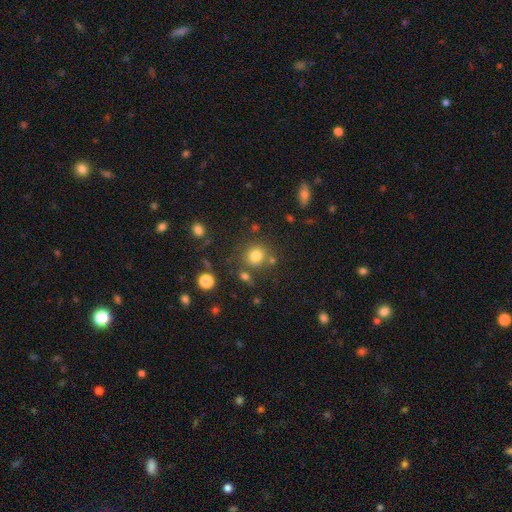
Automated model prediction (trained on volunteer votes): smooth-or-featured: smooth: 78% | star or artifact: 14% | featured or disk: 8%
  how-rounded: round: 81% | in between: 18% | cigar-shaped: 1%
  merging: none: 75% | minor disturbance: 11% | merger: 10% | major disturbance: 4%